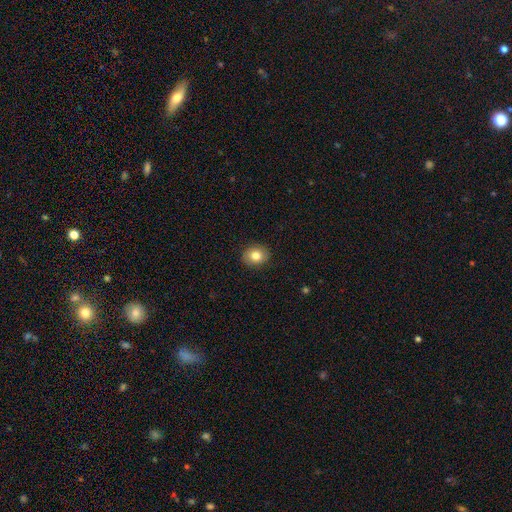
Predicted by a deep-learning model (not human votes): Smooth or featured? Predicted: smooth (p=0.82). How rounded? Predicted: round (p=0.65). Merging? Predicted: none (p=0.89).